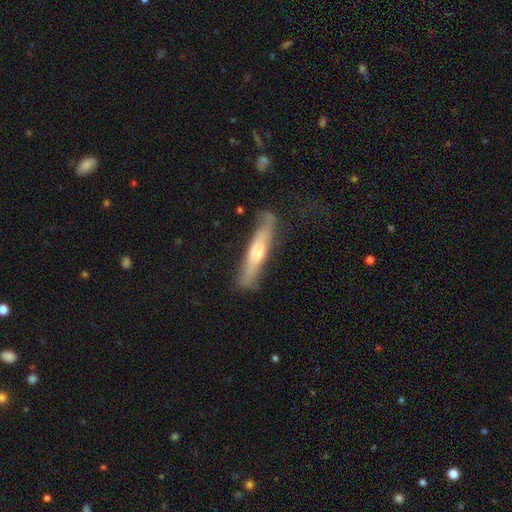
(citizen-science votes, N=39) featured or disk 69%, smooth 26%, star or artifact 5%. Down the decision tree: edge-on disk — yes (100%); edge-on bulge — rounded (67%); merging — none (89%).